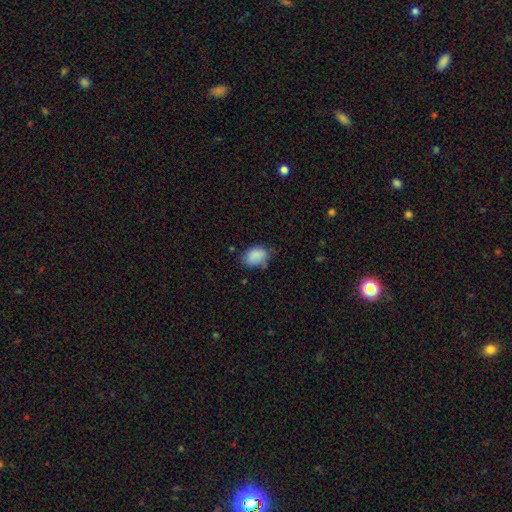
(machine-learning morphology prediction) Smooth or featured? Predicted: smooth (p=0.86). How rounded? Predicted: in between (p=0.77). Merging? Predicted: none (p=0.57).